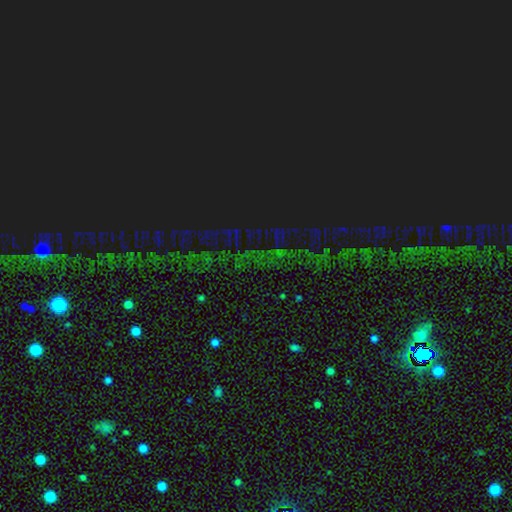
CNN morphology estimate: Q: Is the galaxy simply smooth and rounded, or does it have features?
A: star or artifact — 82%.